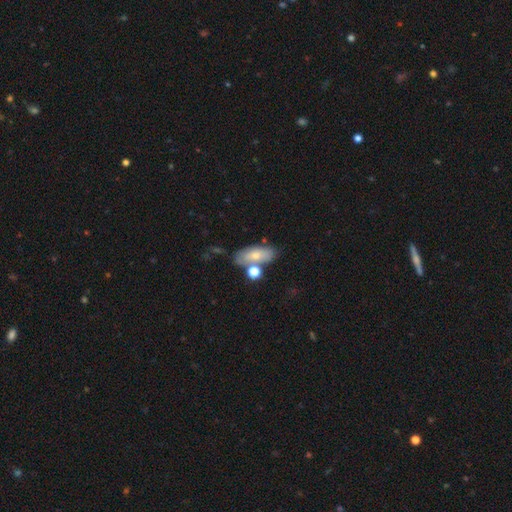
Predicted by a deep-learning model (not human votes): A smooth galaxy with no disk features (68%) that is in between round and cigar-shaped (84%). Merging: none (58%).